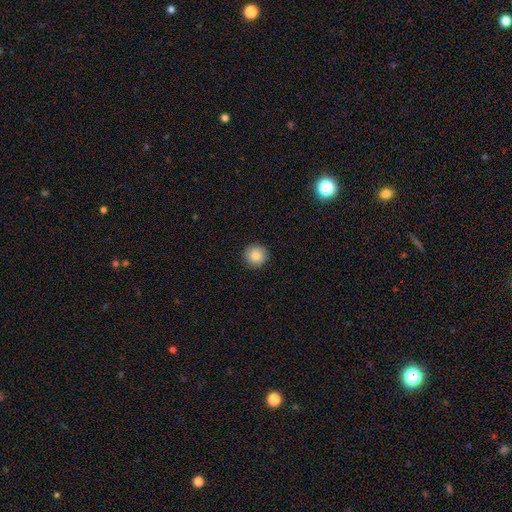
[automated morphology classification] A smooth galaxy with no disk features (85%) that is round (95%). Merging: none (91%).